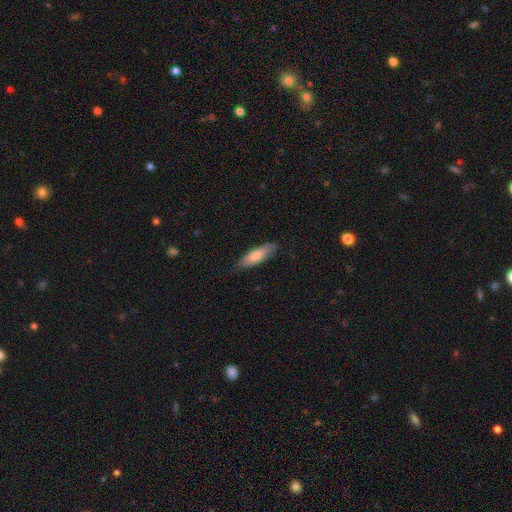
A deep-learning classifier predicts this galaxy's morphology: smooth 75%, featured or disk 19%, star or artifact 5%. Down the decision tree: how rounded — cigar-shaped (50%); merging — none (80%).